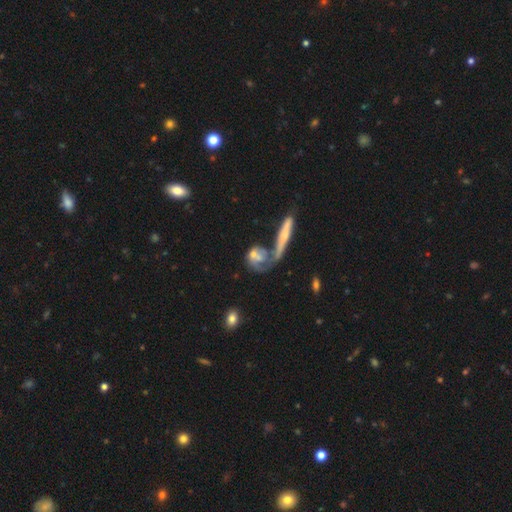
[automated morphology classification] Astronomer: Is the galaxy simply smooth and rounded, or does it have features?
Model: featured or disk — 53% (runner-up: smooth, 38%).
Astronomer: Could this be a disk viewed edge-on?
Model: no — 81%.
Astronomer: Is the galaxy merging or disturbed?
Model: merger — 47% (runner-up: none, 23%).